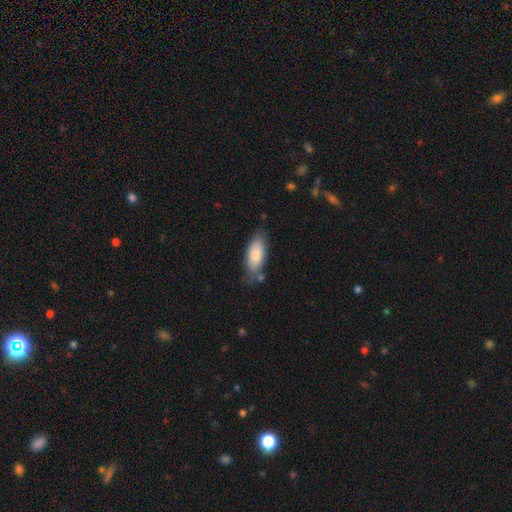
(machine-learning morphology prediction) This is clearly a smooth galaxy (85%). How rounded: clearly in between (82%). Merging: likely none (68%).